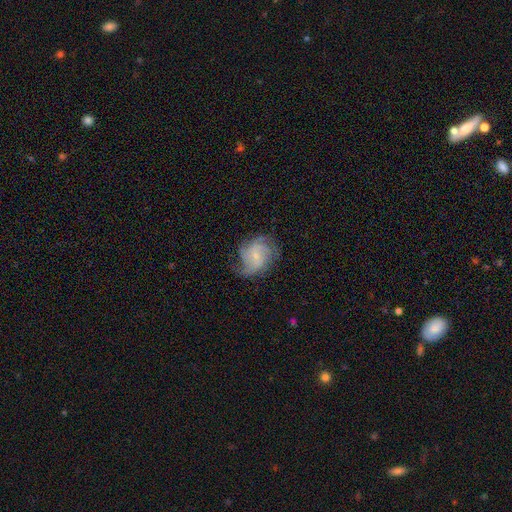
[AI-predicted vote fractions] featured or disk 77%, smooth 16%, star or artifact 7%. Down the decision tree: edge-on disk — no (98%); bar — no (59%); spiral arms — yes (95%); spiral arm count — 3 (34%); spiral winding — medium (46%); bulge size — small (73%); merging — none (62%).